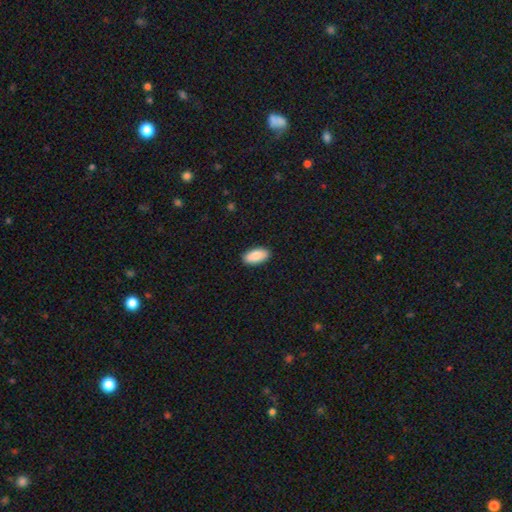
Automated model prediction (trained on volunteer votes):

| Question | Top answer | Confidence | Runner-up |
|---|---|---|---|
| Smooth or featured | smooth | 88% | featured or disk (6%) |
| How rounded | in between | 92% | cigar-shaped (6%) |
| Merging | none | 91% | minor disturbance (7%) |